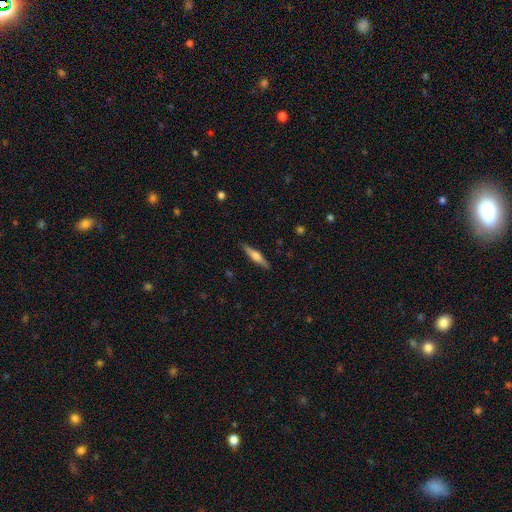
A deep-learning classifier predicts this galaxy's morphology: Q: Smooth or featured?
A: featured or disk (53%); runner-up: smooth (41%)
Q: Edge-on disk?
A: yes (97%); runner-up: no (3%)
Q: Edge-on bulge?
A: rounded (80%); runner-up: boxy (13%)
Q: Merging?
A: none (90%); runner-up: minor disturbance (8%)